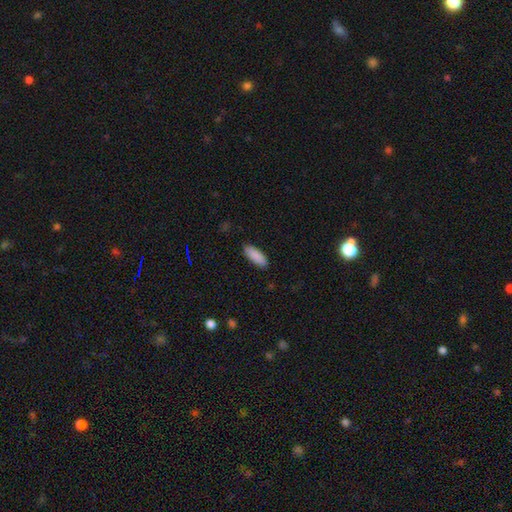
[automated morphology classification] Smooth or featured: smooth — 90% (star or artifact — 6%)
How rounded: in between — 70% (cigar-shaped — 29%)
Merging: none — 88% (minor disturbance — 9%)